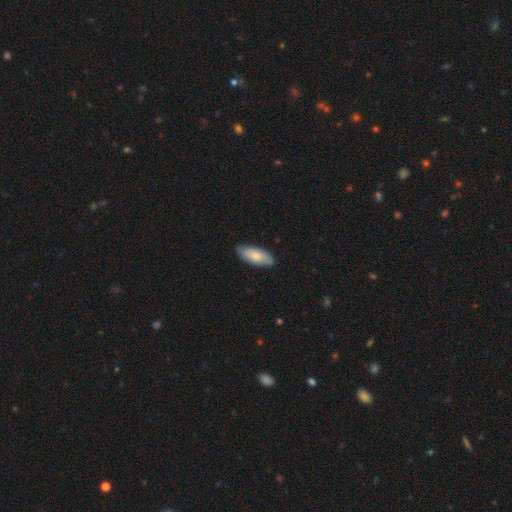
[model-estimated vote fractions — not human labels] Smooth or featured? smooth (81%)
How rounded? in between (82%)
Merging? none (84%)